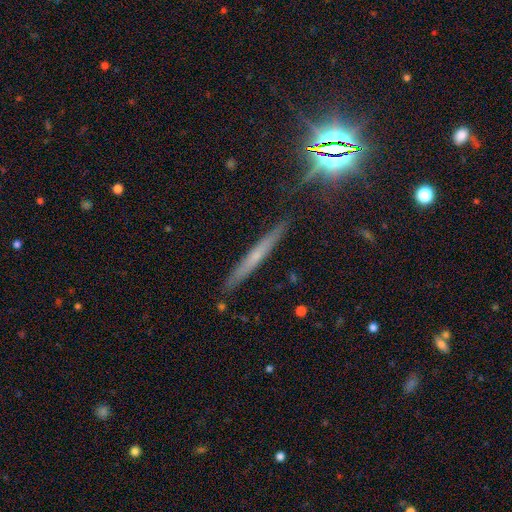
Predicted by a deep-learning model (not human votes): Smooth or featured? Predicted: featured or disk (p=0.48). Merging? Predicted: none (p=0.88).